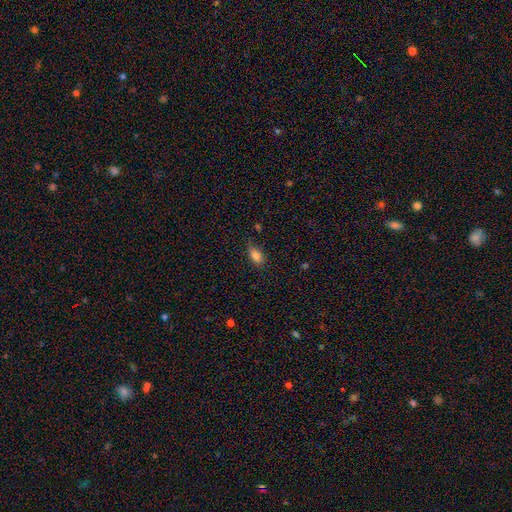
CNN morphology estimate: This is clearly a smooth galaxy (84%). How rounded: clearly in between (88%). Merging: likely none (75%).